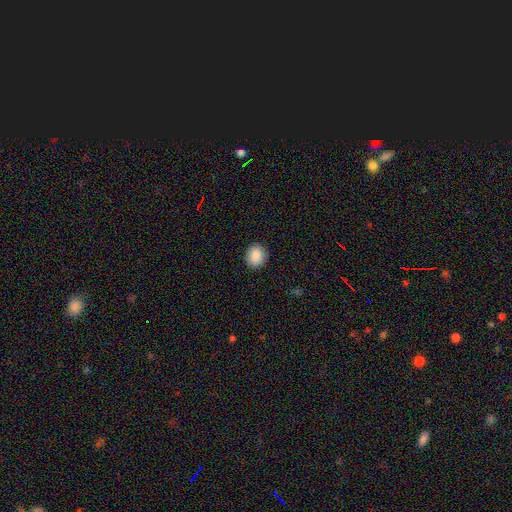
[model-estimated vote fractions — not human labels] The model was most divided on "how rounded": round: 72%, in between: 27%, cigar-shaped: 1%. More confident: merging — none (89%); smooth or featured — smooth (88%).